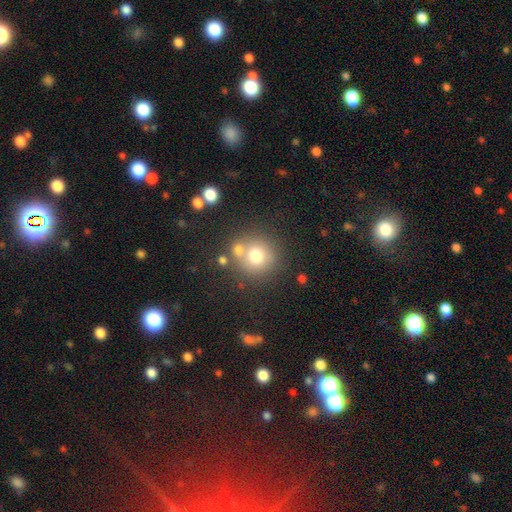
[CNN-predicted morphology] Smooth or featured? Predicted: smooth (p=0.71). How rounded? Predicted: round (p=0.91). Merging? Predicted: none (p=0.65).